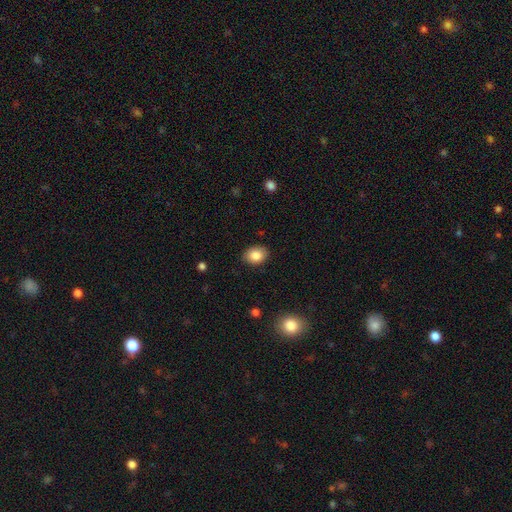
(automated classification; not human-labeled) smooth_or_featured: smooth (p=0.85) [alt: star or artifact p=0.08]
how_rounded: in between (p=0.65) [alt: round p=0.34]
merging: none (p=0.87) [alt: minor disturbance p=0.10]